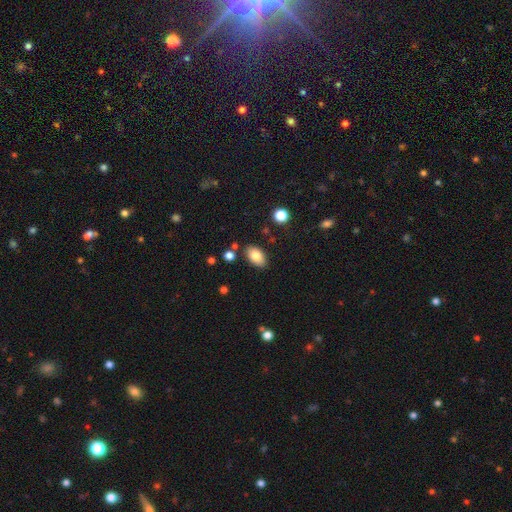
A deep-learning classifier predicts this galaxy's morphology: A smooth galaxy with no disk features (83%) that is in between round and cigar-shaped (92%). Merging: none (82%).